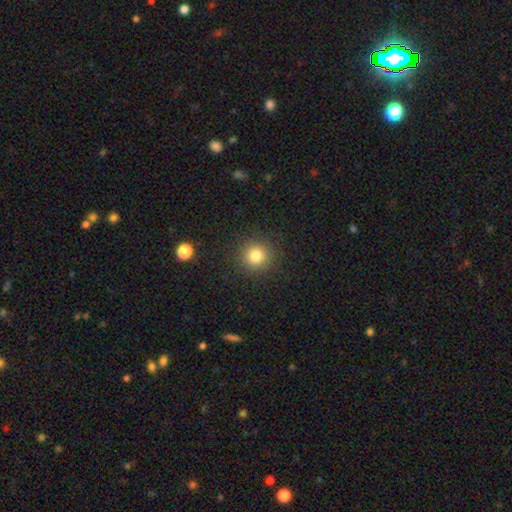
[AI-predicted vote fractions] Overall: smooth (81%). How rounded: round (93%). Merging: none (91%).